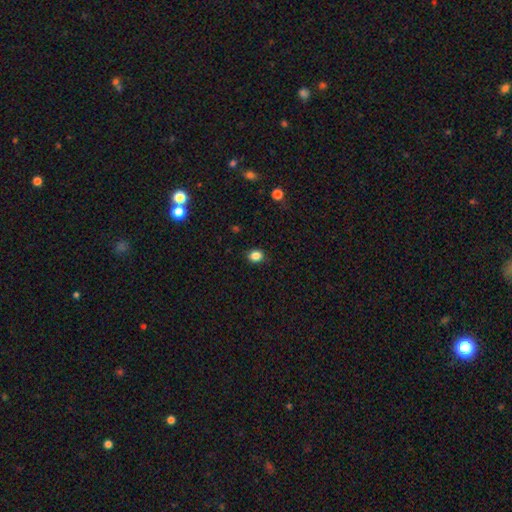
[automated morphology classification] A smooth galaxy with no disk features (85%) that is round (52%).

Vote fractions:
- Smooth or featured? smooth: 85% / star or artifact: 11% / featured or disk: 3%
- How rounded? round: 52% / in between: 47% / cigar-shaped: 1%
- Merging? none: 88% / minor disturbance: 9% / major disturbance: 2% / merger: 1%